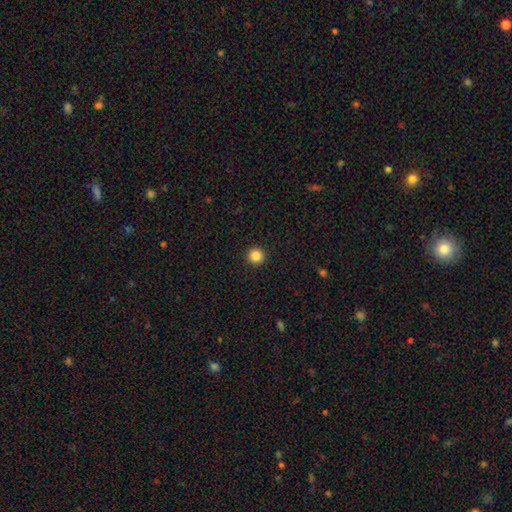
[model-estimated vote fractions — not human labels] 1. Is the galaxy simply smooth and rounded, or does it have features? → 86% smooth, 11% star or artifact, 3% featured or disk.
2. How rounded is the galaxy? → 96% round, 3% in between, 1% cigar-shaped.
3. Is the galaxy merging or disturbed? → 94% none, 4% minor disturbance, 2% major disturbance, 1% merger.